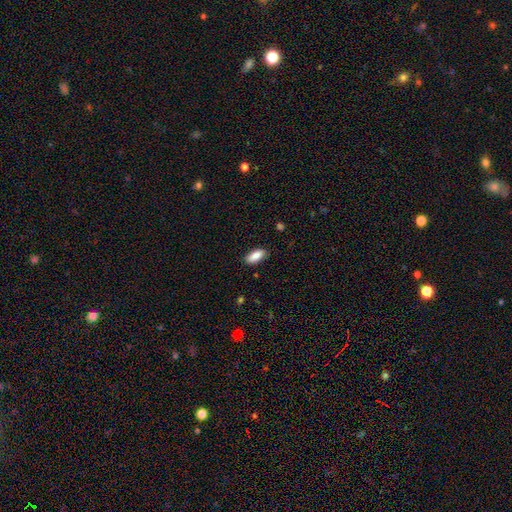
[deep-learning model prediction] smooth 87%, star or artifact 7%, featured or disk 6%. Down the decision tree: how rounded — in between (83%); merging — none (86%).